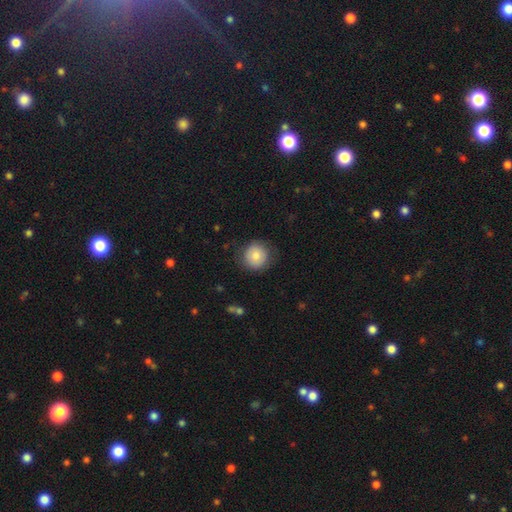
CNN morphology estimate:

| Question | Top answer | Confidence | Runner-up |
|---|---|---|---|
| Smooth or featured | smooth | 81% | featured or disk (11%) |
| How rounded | round | 92% | in between (7%) |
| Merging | none | 82% | minor disturbance (13%) |